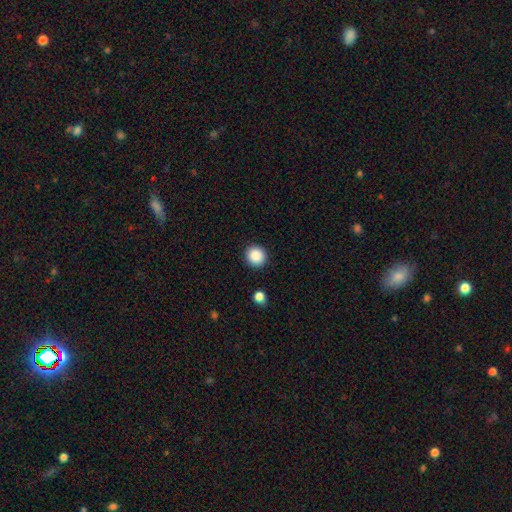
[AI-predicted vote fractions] smooth-or-featured: smooth: 88% | star or artifact: 9% | featured or disk: 3%
  how-rounded: round: 93% | in between: 7% | cigar-shaped: 1%
  merging: none: 91% | minor disturbance: 6% | major disturbance: 2% | merger: 2%